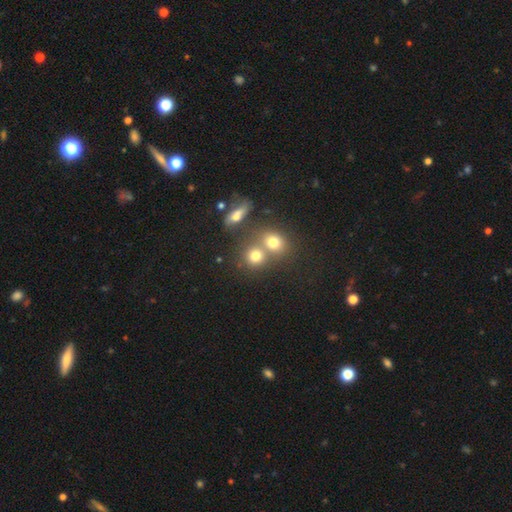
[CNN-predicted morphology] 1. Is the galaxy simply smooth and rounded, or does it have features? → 73% smooth, 15% star or artifact, 12% featured or disk.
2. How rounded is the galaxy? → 81% round, 18% in between, 2% cigar-shaped.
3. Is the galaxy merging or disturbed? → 47% none, 41% merger, 8% minor disturbance, 4% major disturbance.